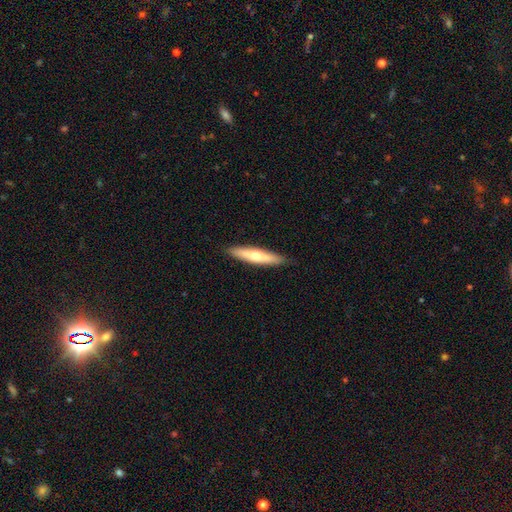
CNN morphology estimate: The model was most divided on "smooth or featured": smooth: 54%, featured or disk: 40%, star or artifact: 6%. More confident: merging — none (89%); how rounded — cigar-shaped (84%).